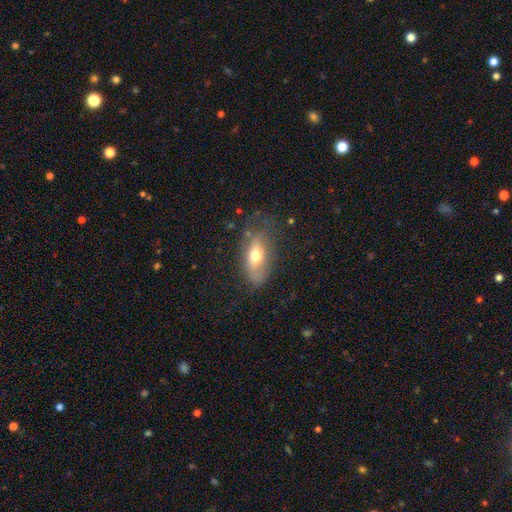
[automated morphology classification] Smooth or featured? Predicted: smooth (p=0.60). How rounded? Predicted: in between (p=0.81). Merging? Predicted: none (p=0.58).